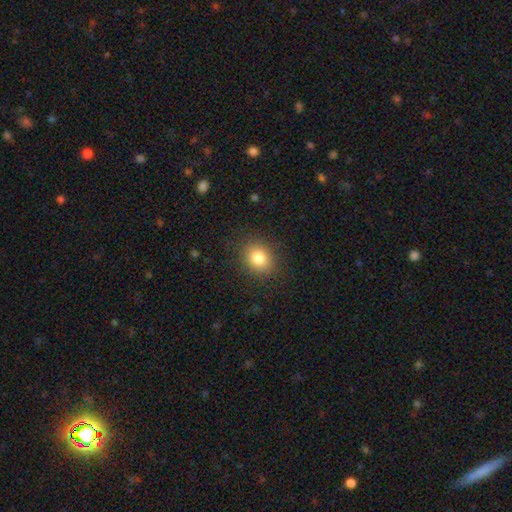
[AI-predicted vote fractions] Smooth or featured? Predicted: smooth (p=0.82). How rounded? Predicted: round (p=0.64). Merging? Predicted: none (p=0.89).